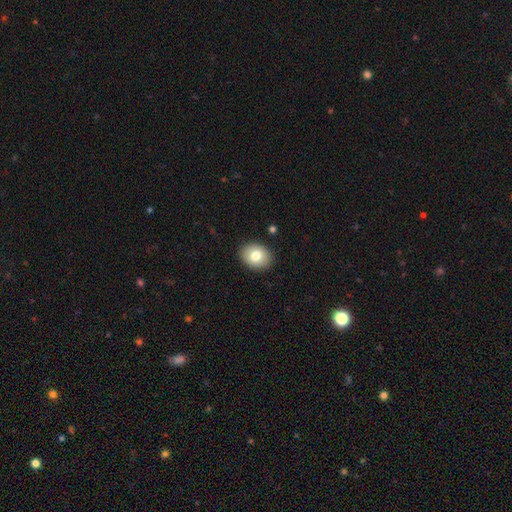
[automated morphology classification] This appears to be a smooth galaxy with no disk features (79%) that is in between round and cigar-shaped (57%). Merging: none (90%).